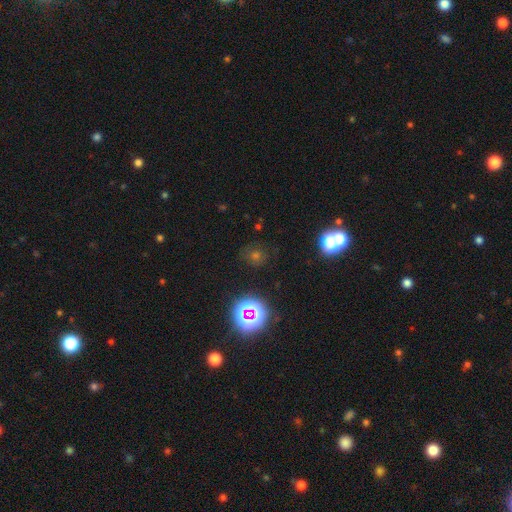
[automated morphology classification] The model was most divided on "smooth or featured": smooth: 48%, star or artifact: 42%, featured or disk: 10%. More confident: merging — none (82%).